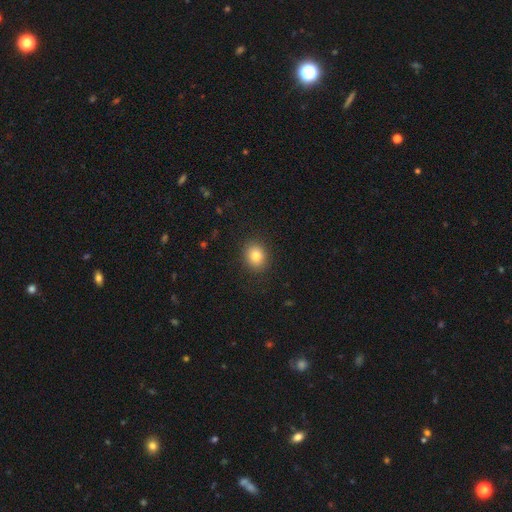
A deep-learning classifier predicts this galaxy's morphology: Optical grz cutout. It shows a smooth galaxy with no disk features (82%) that is round (66%). Merging: none (89%).